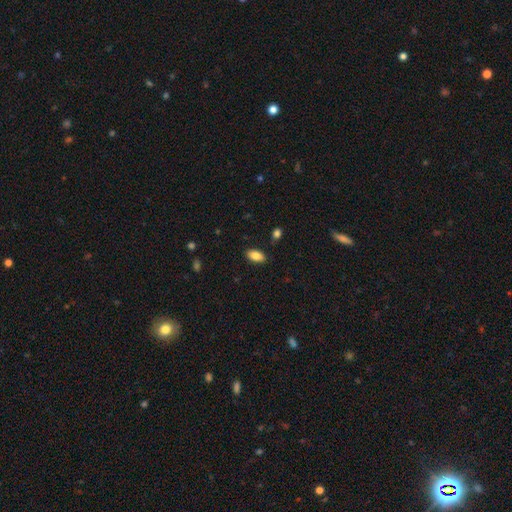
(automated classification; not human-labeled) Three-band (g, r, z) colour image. It shows a smooth galaxy with no disk features (86%) that is in between round and cigar-shaped (93%). Merging: none (87%).